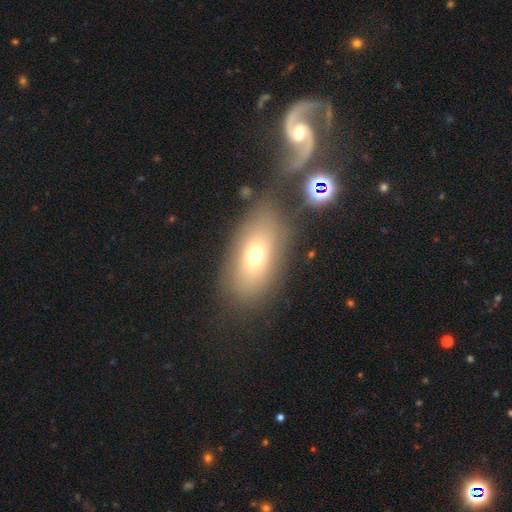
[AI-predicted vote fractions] A smooth galaxy with no disk features (65%) that is in between round and cigar-shaped (83%). Merging: none (66%).